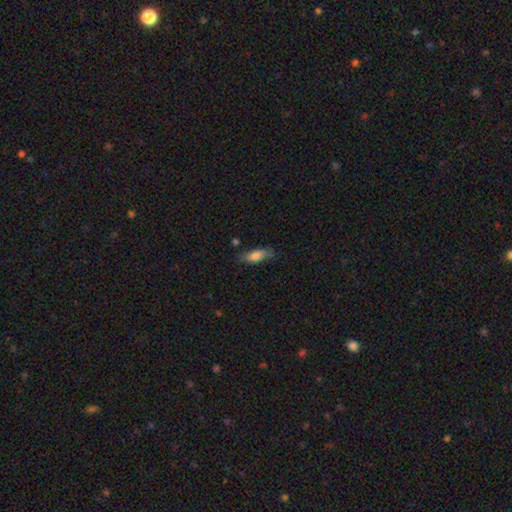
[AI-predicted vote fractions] A smooth galaxy with no disk features (74%) that is in between round and cigar-shaped (70%).

Vote fractions:
- Smooth or featured? smooth: 74% / featured or disk: 19% / star or artifact: 7%
- How rounded? in between: 70% / cigar-shaped: 27% / round: 3%
- Merging? none: 64% / minor disturbance: 26% / major disturbance: 8% / merger: 3%